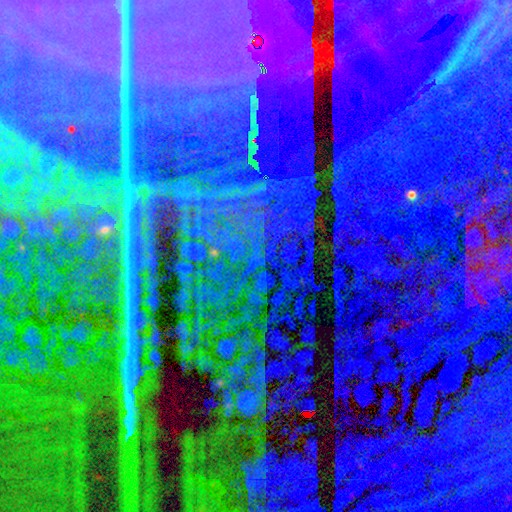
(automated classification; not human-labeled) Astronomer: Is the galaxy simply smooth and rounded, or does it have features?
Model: star or artifact — 89%.